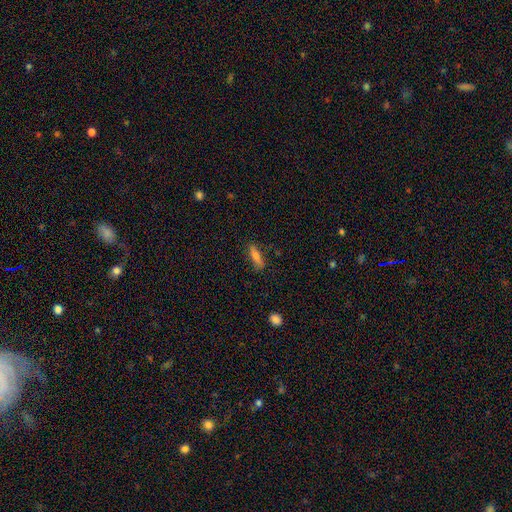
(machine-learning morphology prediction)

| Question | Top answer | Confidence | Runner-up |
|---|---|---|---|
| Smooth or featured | smooth | 66% | featured or disk (25%) |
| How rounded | cigar-shaped | 64% | in between (33%) |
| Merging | none | 81% | minor disturbance (14%) |